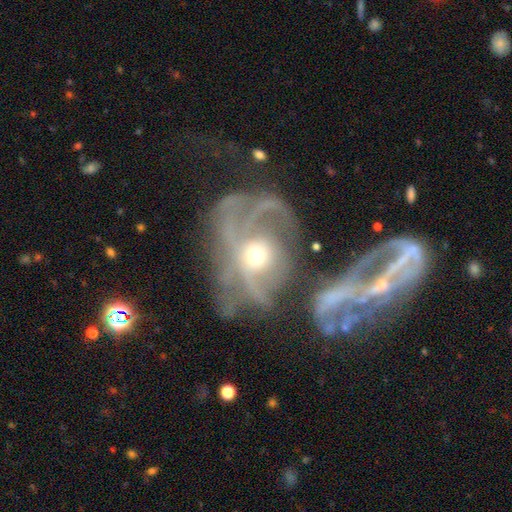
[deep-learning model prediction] smooth_or_featured: featured or disk (p=0.73) [alt: smooth p=0.16]
disk_edge_on: no (p=0.95) [alt: yes p=0.05]
bar: no (p=0.77) [alt: weak p=0.17]
has_spiral_arms: yes (p=0.65) [alt: no p=0.35]
bulge_size: moderate (p=0.49) [alt: small p=0.43]
merging: major disturbance (p=0.41) [alt: merger p=0.28]